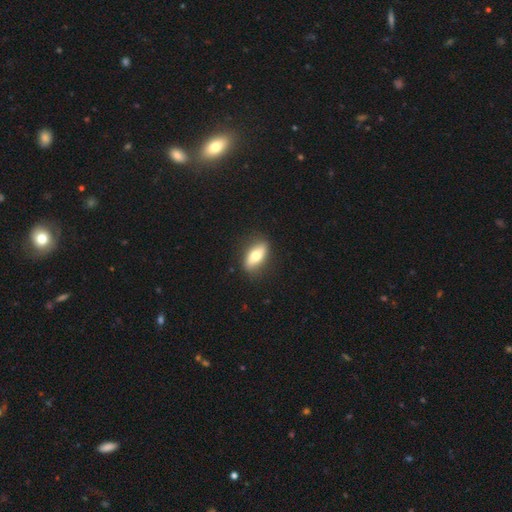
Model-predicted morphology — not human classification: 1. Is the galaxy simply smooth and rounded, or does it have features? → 65% smooth, 29% featured or disk, 6% star or artifact.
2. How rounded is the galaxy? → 79% in between, 16% cigar-shaped, 5% round.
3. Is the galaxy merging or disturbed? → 85% none, 11% minor disturbance, 3% major disturbance, 1% merger.